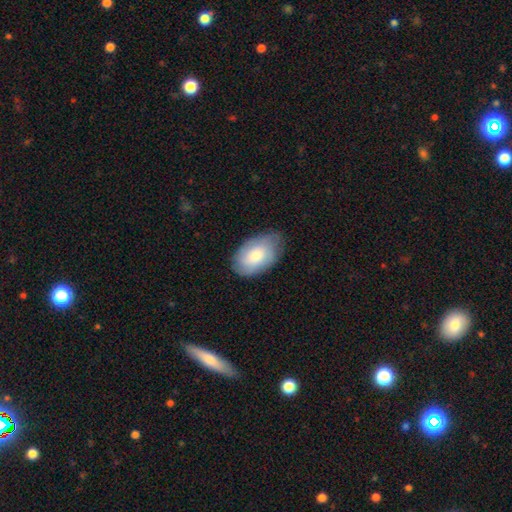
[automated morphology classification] A smooth galaxy with no disk features (69%) that is in between round and cigar-shaped (92%). Merging: none (73%).